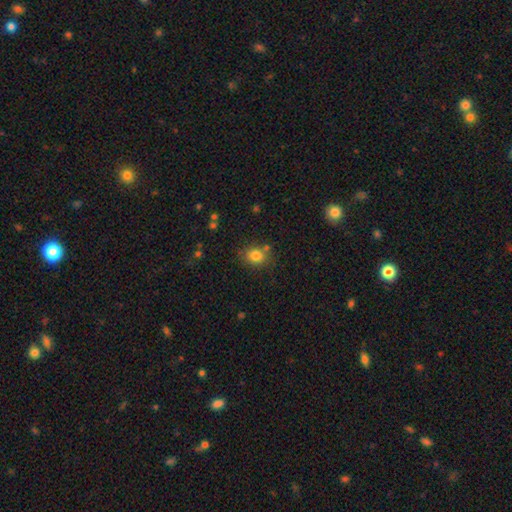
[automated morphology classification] Q: Smooth or featured?
A: smooth (81%); runner-up: star or artifact (12%)
Q: How rounded?
A: round (60%); runner-up: in between (39%)
Q: Merging?
A: none (75%); runner-up: minor disturbance (13%)